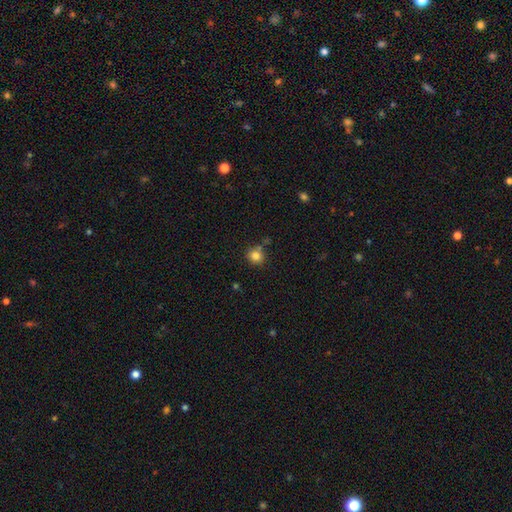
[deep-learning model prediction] Overall: smooth (83%). How rounded: round (88%). Merging: none (75%).